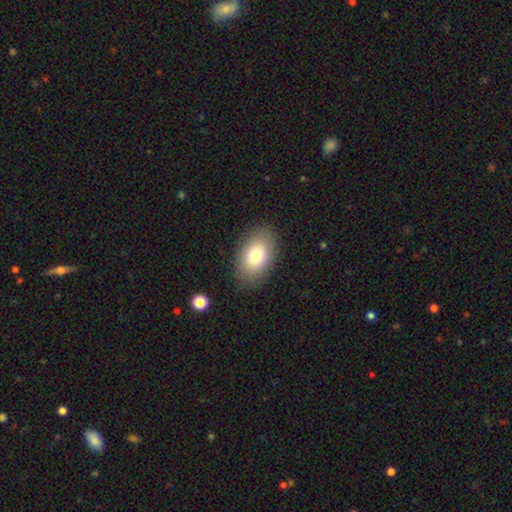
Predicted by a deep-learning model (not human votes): This appears to be a smooth galaxy with no disk features (77%) that is in between round and cigar-shaped (90%). Merging: none (86%).